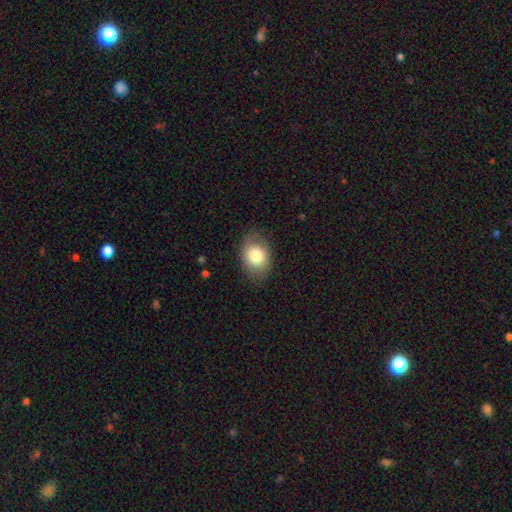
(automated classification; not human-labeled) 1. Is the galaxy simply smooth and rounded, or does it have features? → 81% smooth, 12% featured or disk, 7% star or artifact.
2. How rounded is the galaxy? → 77% in between, 22% round, 1% cigar-shaped.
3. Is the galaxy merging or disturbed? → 82% none, 14% minor disturbance, 4% major disturbance, 1% merger.